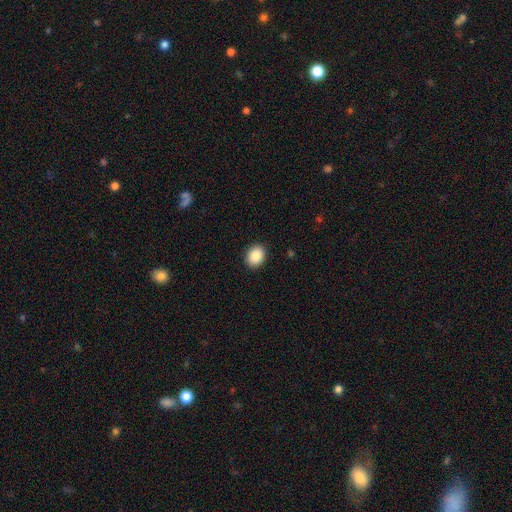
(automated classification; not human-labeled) smooth-or-featured: smooth: 86% | star or artifact: 8% | featured or disk: 6%
  how-rounded: in between: 62% | round: 37% | cigar-shaped: 1%
  merging: none: 91% | minor disturbance: 7% | major disturbance: 2% | merger: 1%